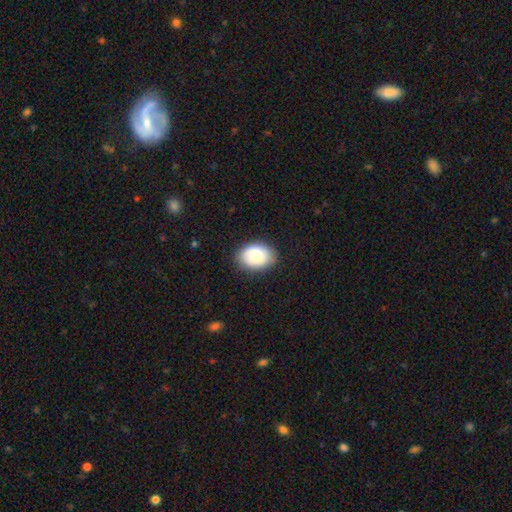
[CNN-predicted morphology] Smooth or featured? Predicted: smooth (p=0.82). How rounded? Predicted: in between (p=0.78). Merging? Predicted: none (p=0.82).